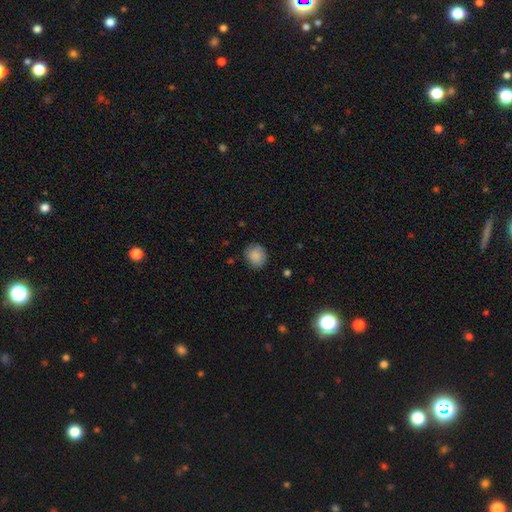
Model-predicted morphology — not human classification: The model was most divided on "how rounded": round: 76%, in between: 23%, cigar-shaped: 1%. More confident: smooth or featured — smooth (86%); merging — none (80%).